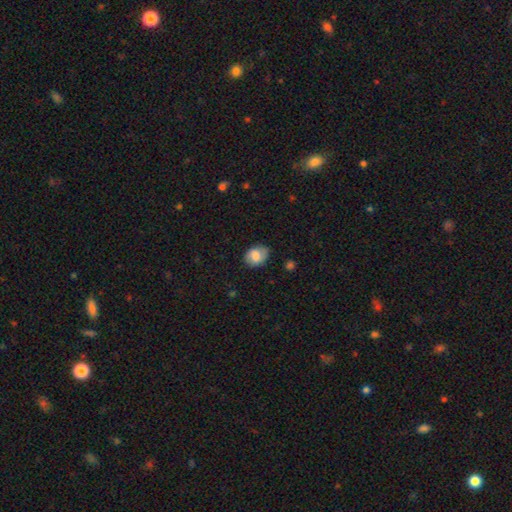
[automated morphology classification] The model was most divided on "how rounded": in between: 59%, round: 40%, cigar-shaped: 1%. More confident: merging — none (77%); smooth or featured — smooth (72%).